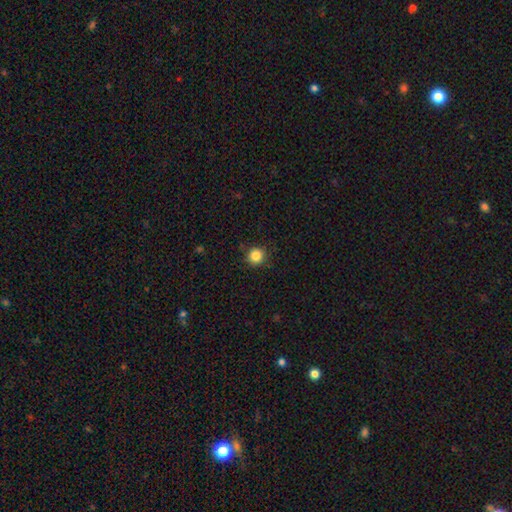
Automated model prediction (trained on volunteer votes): The model was most divided on "smooth or featured": smooth: 85%, star or artifact: 11%, featured or disk: 4%. More confident: how rounded — round (94%); merging — none (90%).